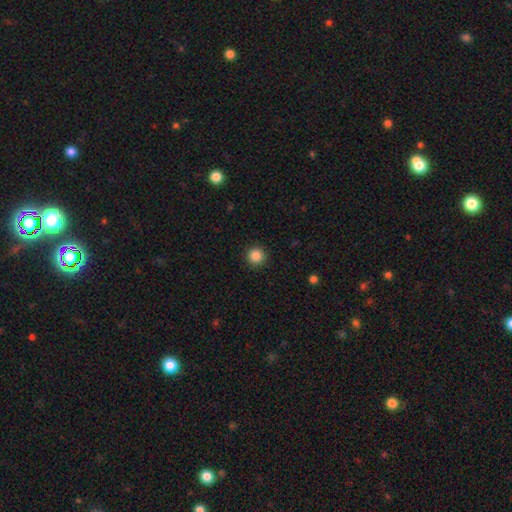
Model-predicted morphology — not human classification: Q: Smooth or featured?
A: smooth (86%); runner-up: star or artifact (11%)
Q: How rounded?
A: round (96%); runner-up: in between (3%)
Q: Merging?
A: none (93%); runner-up: minor disturbance (5%)